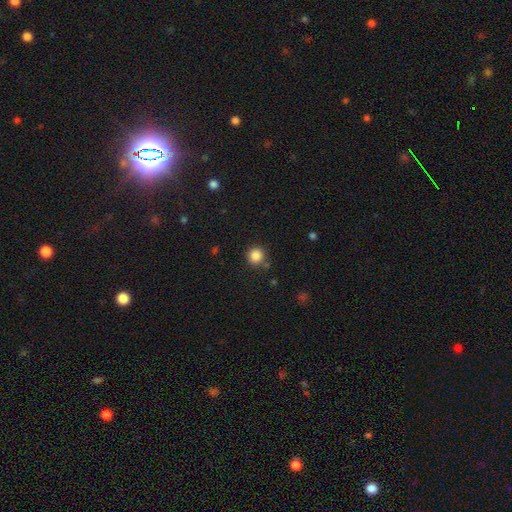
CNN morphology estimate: Smooth or featured? smooth (85%)
How rounded? round (94%)
Merging? none (85%)